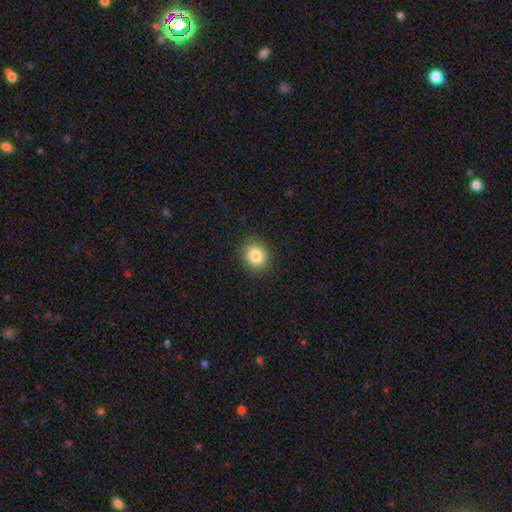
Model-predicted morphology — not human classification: smooth_or_featured: smooth (p=0.84) [alt: star or artifact p=0.10]
how_rounded: round (p=0.69) [alt: in between p=0.30]
merging: none (p=0.89) [alt: minor disturbance p=0.07]